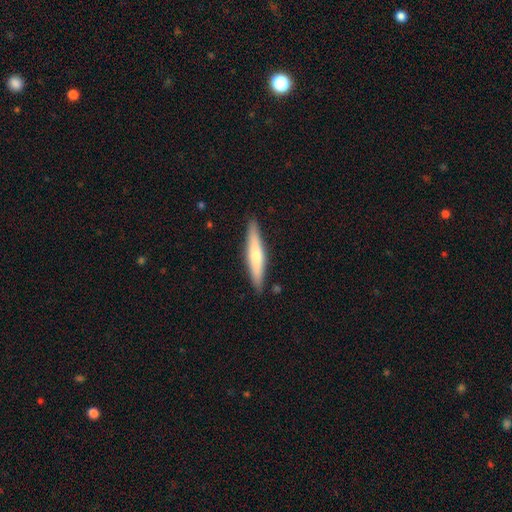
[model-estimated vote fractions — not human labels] Smooth or featured? Predicted: smooth (p=0.57). How rounded? Predicted: cigar-shaped (p=0.90). Merging? Predicted: none (p=0.89).